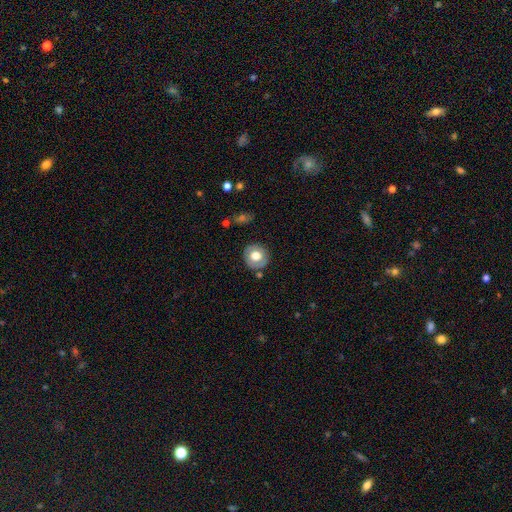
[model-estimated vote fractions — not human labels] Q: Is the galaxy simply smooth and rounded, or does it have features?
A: smooth — 62%.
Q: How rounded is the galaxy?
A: round — 86%.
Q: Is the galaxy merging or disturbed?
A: none — 83%.